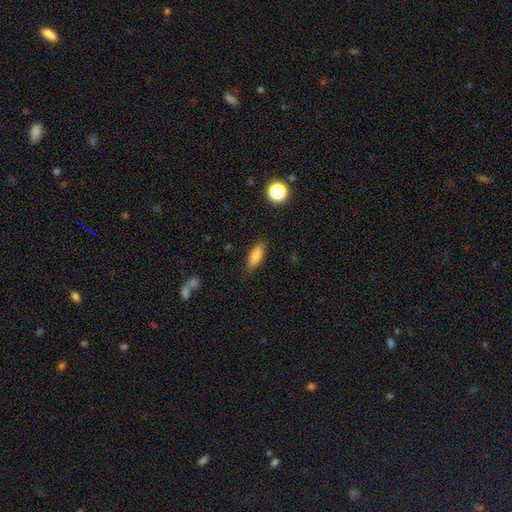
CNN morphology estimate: smooth-or-featured: smooth: 81% | featured or disk: 11% | star or artifact: 8%
  how-rounded: in between: 68% | cigar-shaped: 29% | round: 3%
  merging: none: 85% | minor disturbance: 11% | major disturbance: 3% | merger: 1%